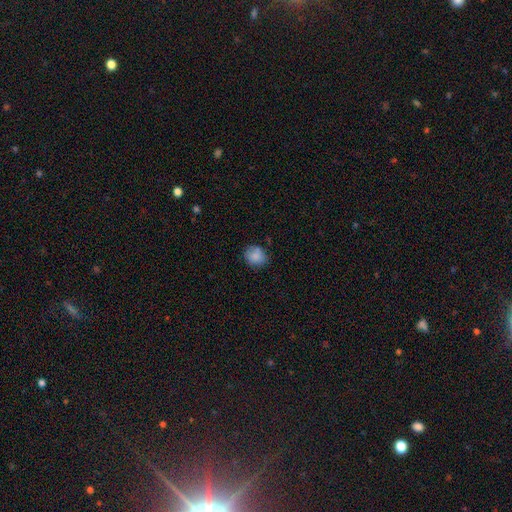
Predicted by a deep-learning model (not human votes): Smooth or featured?
  - smooth: 84% *
  - star or artifact: 9%
  - featured or disk: 7%
How rounded?
  - round: 66% *
  - in between: 33%
  - cigar-shaped: 1%
Merging?
  - none: 73% *
  - minor disturbance: 20%
  - major disturbance: 5%
  - merger: 3%